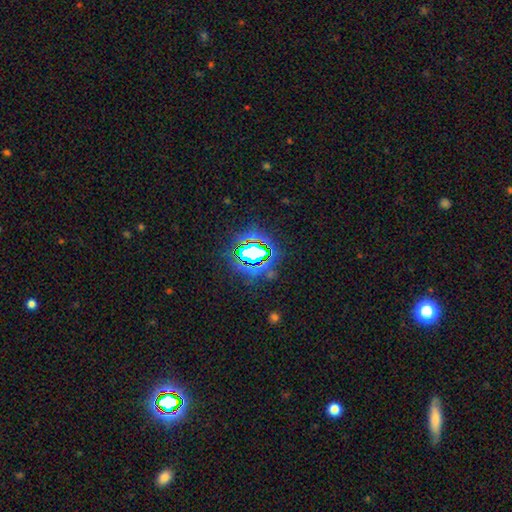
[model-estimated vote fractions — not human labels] This appears to be a star or artifact, not a galaxy (71%).